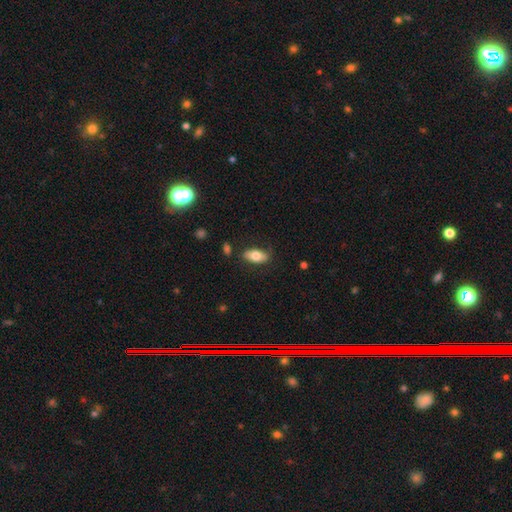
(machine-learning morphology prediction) Smooth or featured: smooth — 73% (featured or disk — 20%)
How rounded: in between — 89% (cigar-shaped — 7%)
Merging: none — 80% (minor disturbance — 14%)